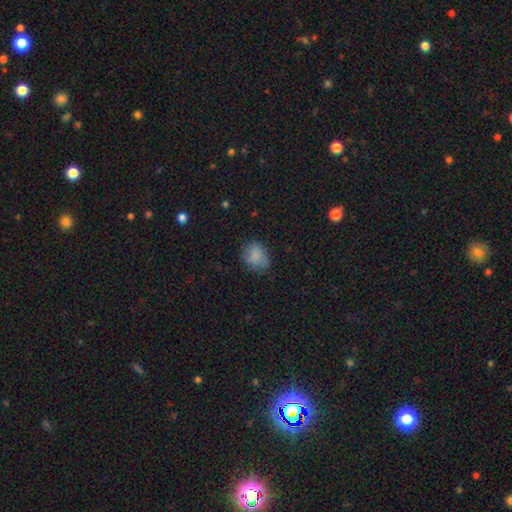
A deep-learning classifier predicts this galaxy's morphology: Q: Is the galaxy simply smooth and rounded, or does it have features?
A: smooth — 80%.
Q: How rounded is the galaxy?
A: round — 50%.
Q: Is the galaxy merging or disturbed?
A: none — 66%.